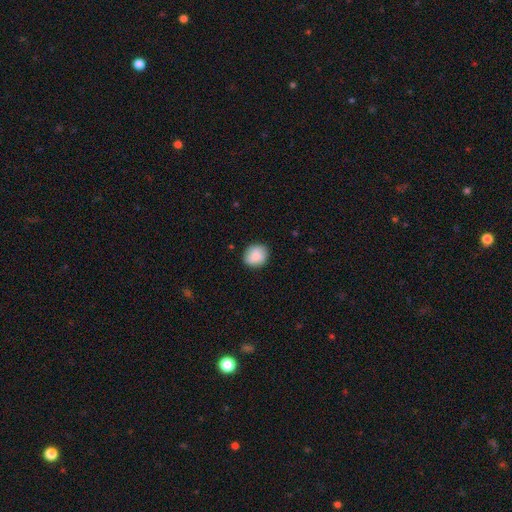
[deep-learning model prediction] Smooth or featured? Predicted: smooth (p=0.86). How rounded? Predicted: round (p=0.77). Merging? Predicted: none (p=0.86).